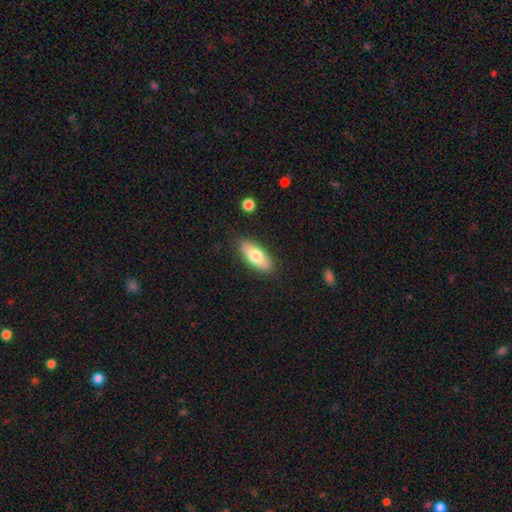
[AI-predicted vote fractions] This appears to be a smooth galaxy with no disk features (74%) that is in between round and cigar-shaped (79%). Merging: none (86%).